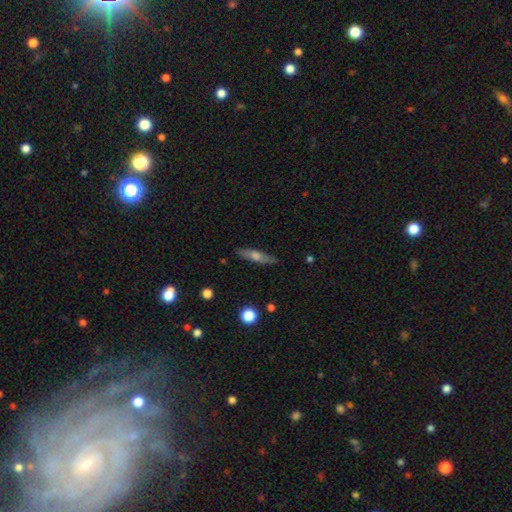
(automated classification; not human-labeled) Morphology: type=smooth (51%); roundness=cigar-shaped (75%); merging=none (86%).